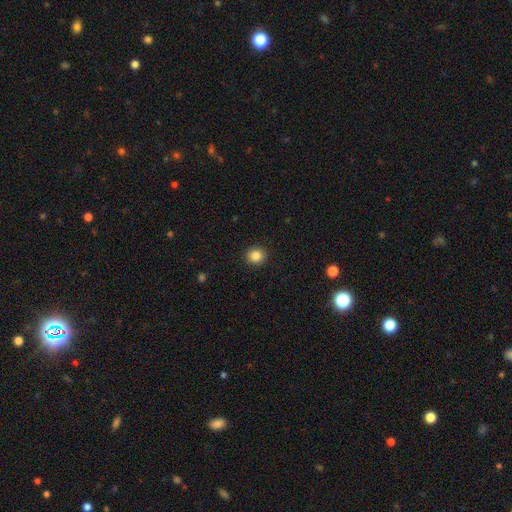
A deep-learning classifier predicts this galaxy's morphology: Smooth or featured: smooth — 85% (star or artifact — 10%)
How rounded: round — 91% (in between — 8%)
Merging: none — 92% (minor disturbance — 5%)